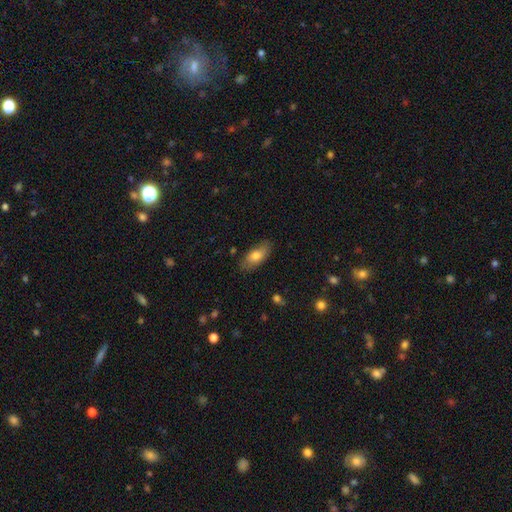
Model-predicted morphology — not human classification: smooth 74%, featured or disk 19%, star or artifact 7%. Down the decision tree: how rounded — in between (86%); merging — none (79%).